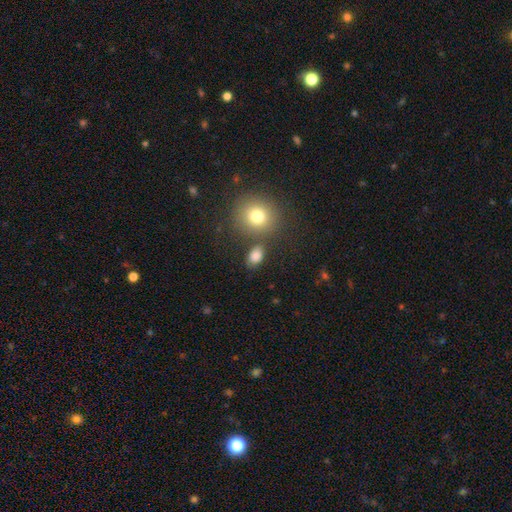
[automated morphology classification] Q: Smooth or featured?
A: smooth (82%); runner-up: star or artifact (11%)
Q: How rounded?
A: in between (73%); runner-up: round (26%)
Q: Merging?
A: none (73%); runner-up: minor disturbance (12%)